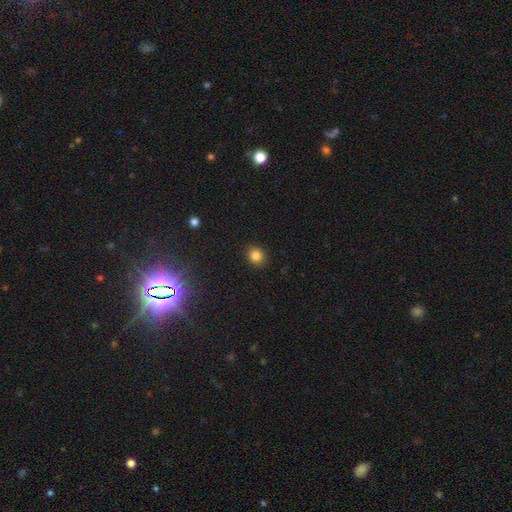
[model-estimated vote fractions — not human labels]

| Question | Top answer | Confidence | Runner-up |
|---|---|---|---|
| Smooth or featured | smooth | 84% | star or artifact (12%) |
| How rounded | round | 75% | in between (24%) |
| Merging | none | 89% | minor disturbance (8%) |